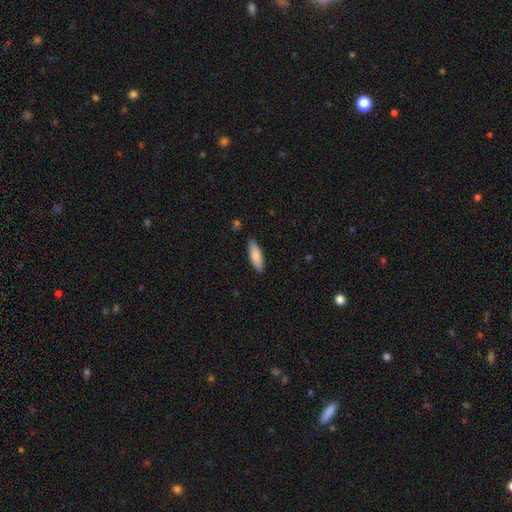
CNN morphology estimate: smooth_or_featured: smooth (p=0.84) [alt: featured or disk p=0.11]
how_rounded: in between (p=0.54) [alt: cigar-shaped p=0.44]
merging: none (p=0.87) [alt: minor disturbance p=0.10]